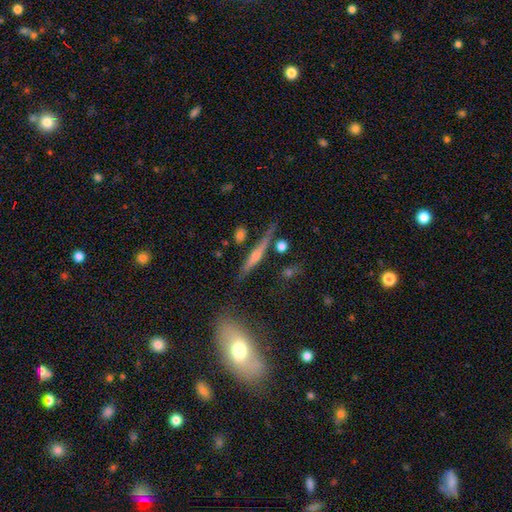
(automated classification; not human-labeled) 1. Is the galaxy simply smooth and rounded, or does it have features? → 66% featured or disk, 25% smooth, 9% star or artifact.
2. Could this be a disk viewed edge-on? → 96% yes, 4% no.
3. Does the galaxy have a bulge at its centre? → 74% rounded, 17% none, 9% boxy.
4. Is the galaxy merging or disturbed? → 81% none, 11% minor disturbance, 5% merger, 3% major disturbance.